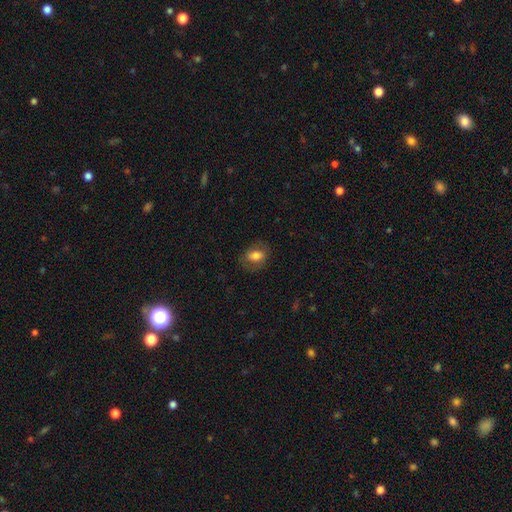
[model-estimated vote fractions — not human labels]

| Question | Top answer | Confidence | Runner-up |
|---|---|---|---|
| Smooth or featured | smooth | 68% | featured or disk (23%) |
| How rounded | in between | 66% | round (33%) |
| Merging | none | 76% | minor disturbance (15%) |